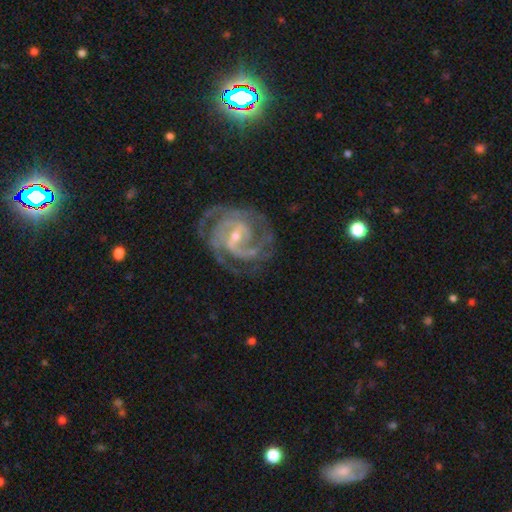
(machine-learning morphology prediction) Smooth or featured?
  - featured or disk: 85% *
  - star or artifact: 10%
  - smooth: 5%
Edge-on disk?
  - no: 97% *
  - yes: 3%
Bar?
  - weak: 48% *
  - strong: 29%
  - no: 23%
Spiral arms?
  - yes: 98% *
  - no: 2%
Spiral winding?
  - tight: 61% *
  - medium: 34%
  - loose: 5%
Spiral arm count?
  - 2: 36% *
  - 3: 24%
  - can't tell: 15%
  - 4: 12%
  - more than 4: 7%
  - 1: 7%
Bulge size?
  - small: 67% *
  - moderate: 28%
  - none: 3%
  - large: 1%
  - dominant: 1%
Merging?
  - none: 79% *
  - minor disturbance: 14%
  - major disturbance: 6%
  - merger: 2%